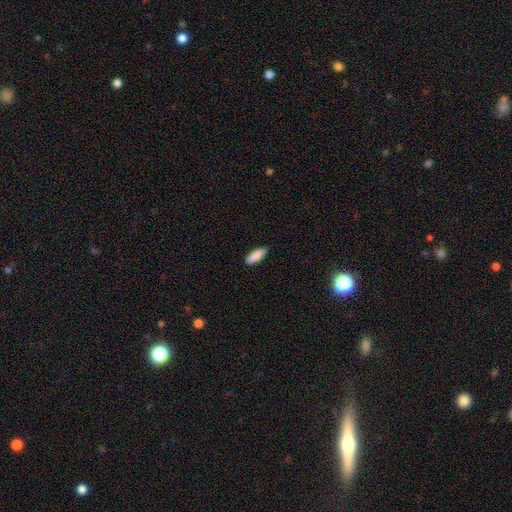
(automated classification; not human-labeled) Overall: smooth (87%). How rounded: in between (54%; cigar-shaped 44%). Merging: none (85%).